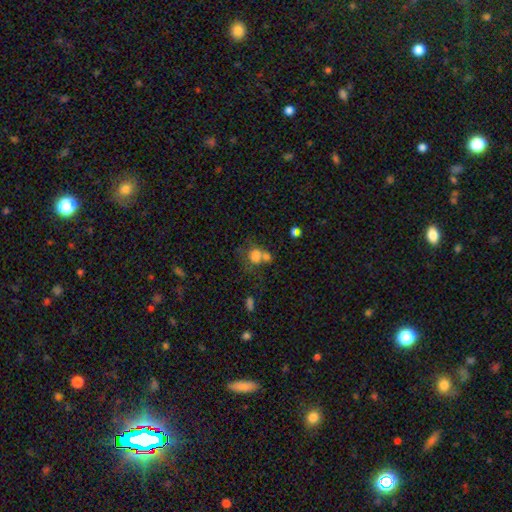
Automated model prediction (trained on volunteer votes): Morphology: type=smooth (73%); roundness=round (57%); merging=merger (45%).